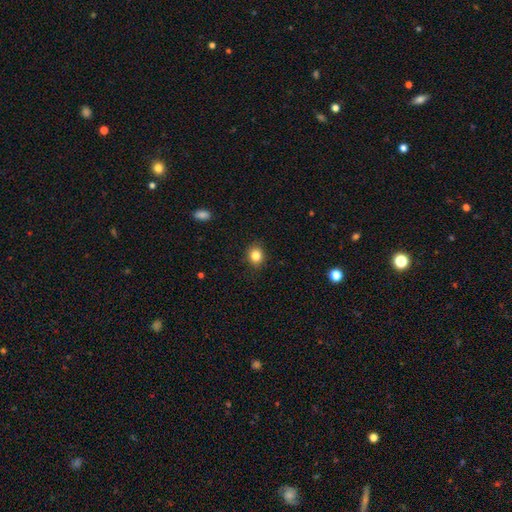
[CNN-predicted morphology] Overall: smooth (83%). How rounded: round (65%; in between 34%). Merging: none (87%).